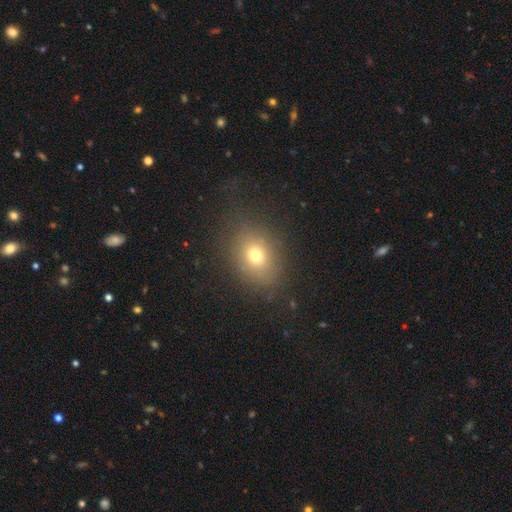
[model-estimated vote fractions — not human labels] smooth-or-featured: smooth: 71% | star or artifact: 17% | featured or disk: 12%
  how-rounded: round: 52% | in between: 47% | cigar-shaped: 1%
  merging: none: 81% | minor disturbance: 12% | major disturbance: 6% | merger: 1%